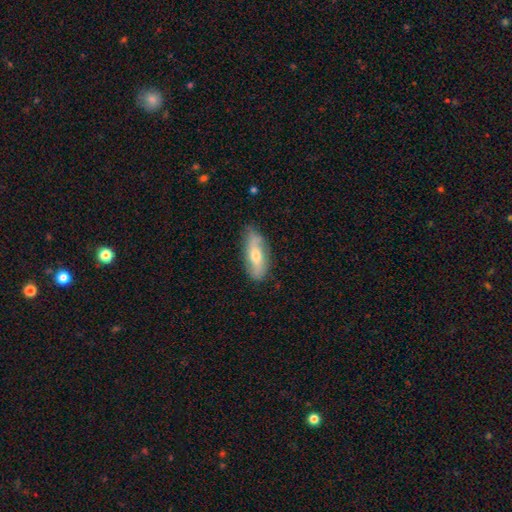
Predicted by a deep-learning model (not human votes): A smooth galaxy with no disk features (52%) that is in between round and cigar-shaped (72%).

Vote fractions:
- Smooth or featured? smooth: 52% / featured or disk: 42% / star or artifact: 6%
- How rounded? in between: 72% / cigar-shaped: 25% / round: 3%
- Merging? none: 79% / minor disturbance: 17% / major disturbance: 3% / merger: 1%